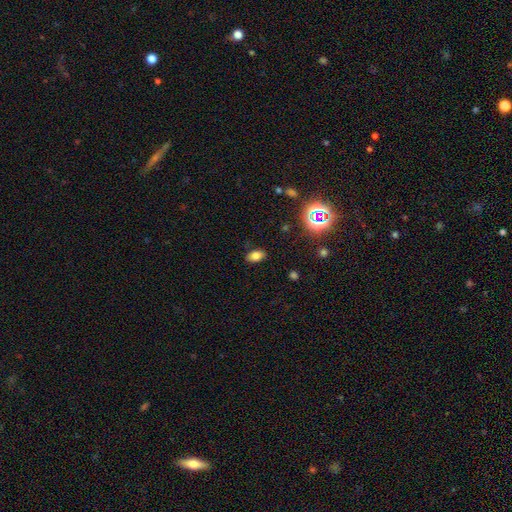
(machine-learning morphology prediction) smooth_or_featured: smooth (p=0.78) [alt: star or artifact p=0.14]
how_rounded: in between (p=0.89) [alt: round p=0.09]
merging: none (p=0.85) [alt: minor disturbance p=0.11]